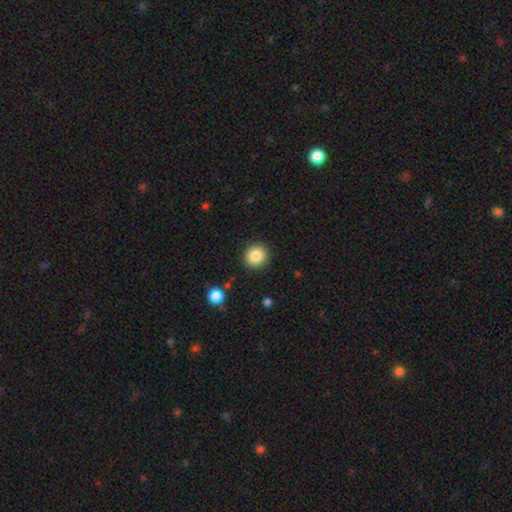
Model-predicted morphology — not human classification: Smooth or featured? Predicted: smooth (p=0.85). How rounded? Predicted: round (p=0.90). Merging? Predicted: none (p=0.90).